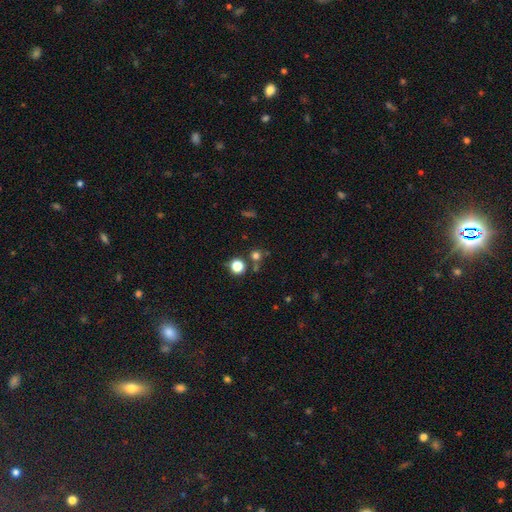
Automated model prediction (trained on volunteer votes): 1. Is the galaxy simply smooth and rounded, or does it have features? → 69% smooth, 23% star or artifact, 7% featured or disk.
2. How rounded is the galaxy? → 91% round, 8% in between, 1% cigar-shaped.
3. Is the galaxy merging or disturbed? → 71% none, 17% merger, 8% minor disturbance, 4% major disturbance.